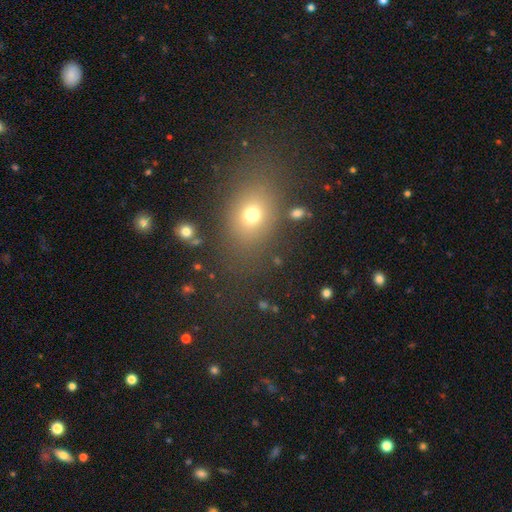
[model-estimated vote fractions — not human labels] A smooth galaxy with no disk features (63%) that is in between round and cigar-shaped (62%).

Vote fractions:
- Smooth or featured? smooth: 63% / star or artifact: 25% / featured or disk: 12%
- How rounded? in between: 62% / round: 36% / cigar-shaped: 2%
- Merging? none: 83% / minor disturbance: 10% / major disturbance: 4% / merger: 3%